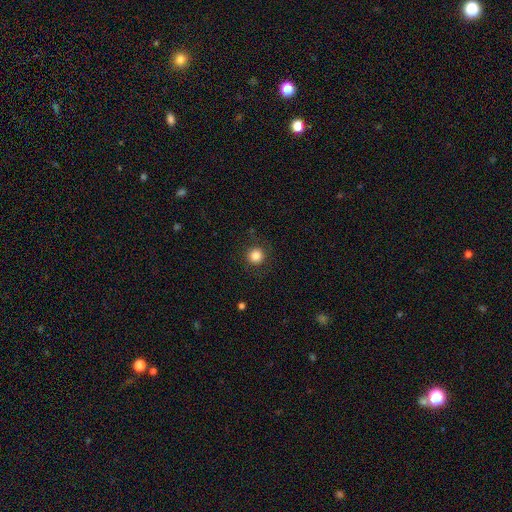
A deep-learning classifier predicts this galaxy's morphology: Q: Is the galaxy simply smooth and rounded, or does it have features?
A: smooth — 84%.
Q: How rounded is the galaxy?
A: round — 94%.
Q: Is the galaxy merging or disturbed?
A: none — 88%.